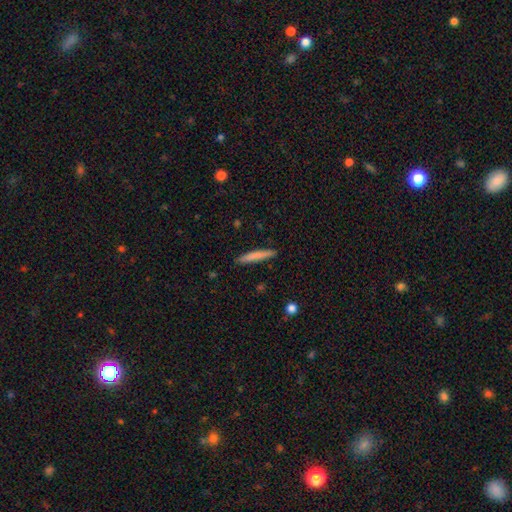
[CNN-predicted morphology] Smooth or featured? smooth (78%)
How rounded? cigar-shaped (94%)
Merging? none (89%)